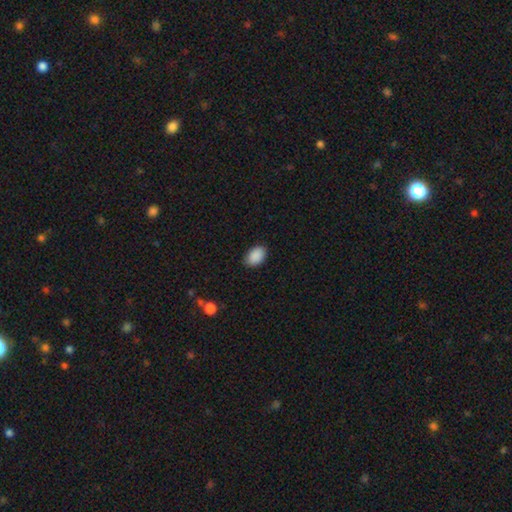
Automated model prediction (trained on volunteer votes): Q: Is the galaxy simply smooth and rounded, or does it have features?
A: smooth — 90%.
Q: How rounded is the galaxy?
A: in between — 86%.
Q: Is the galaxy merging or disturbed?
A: none — 86%.